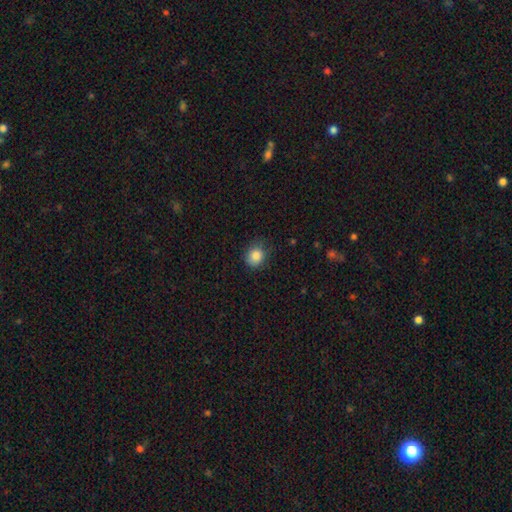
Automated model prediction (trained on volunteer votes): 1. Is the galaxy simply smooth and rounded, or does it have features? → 86% smooth, 10% star or artifact, 5% featured or disk.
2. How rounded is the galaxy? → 74% round, 25% in between, 1% cigar-shaped.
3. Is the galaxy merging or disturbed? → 75% none, 19% minor disturbance, 4% major disturbance, 1% merger.